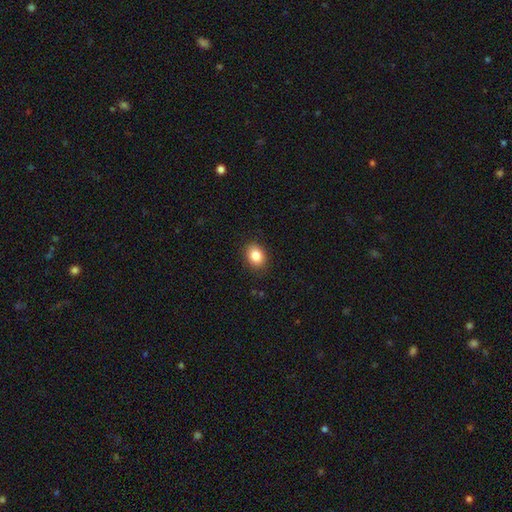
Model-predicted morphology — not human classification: smooth_or_featured: smooth (p=0.84) [alt: star or artifact p=0.09]
how_rounded: in between (p=0.57) [alt: round p=0.42]
merging: none (p=0.88) [alt: minor disturbance p=0.09]